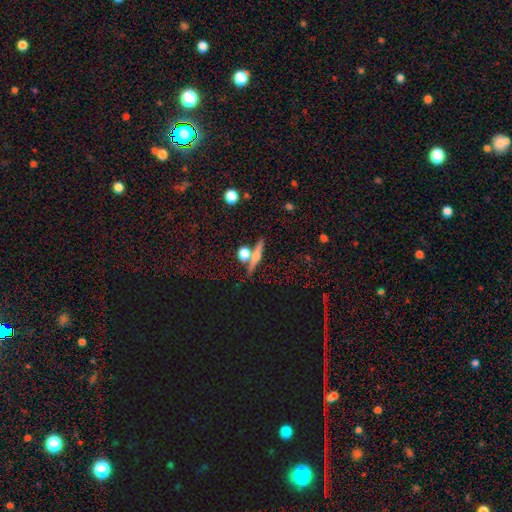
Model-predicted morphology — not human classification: Smooth or featured?
  - featured or disk: 47% *
  - smooth: 38%
  - star or artifact: 15%
Merging?
  - none: 73% *
  - merger: 14%
  - minor disturbance: 8%
  - major disturbance: 4%